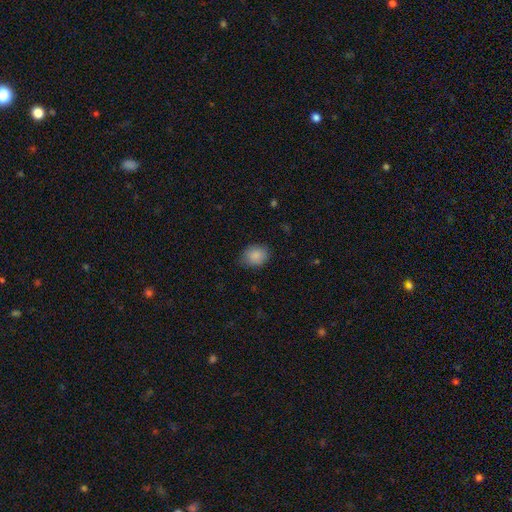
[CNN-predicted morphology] type=smooth (87%); roundness=round (50%); merging=none (77%).